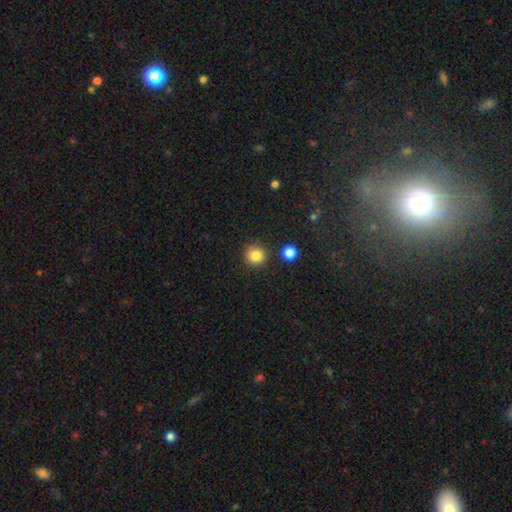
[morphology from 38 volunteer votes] This is clearly a smooth galaxy (89%). How rounded: clearly round (91%). Merging: clearly none (91%).